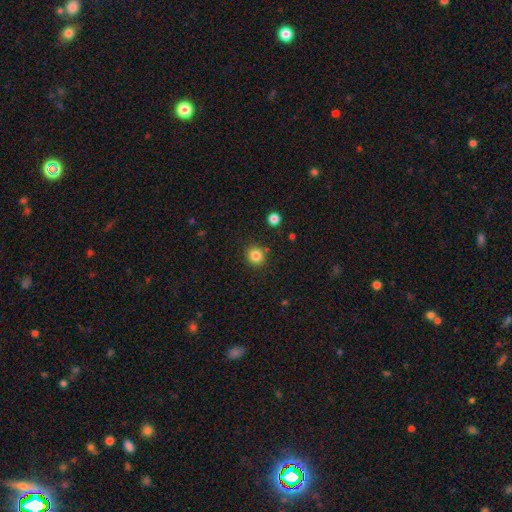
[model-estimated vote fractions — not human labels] smooth-or-featured: smooth: 83% | star or artifact: 12% | featured or disk: 5%
  how-rounded: round: 89% | in between: 10% | cigar-shaped: 1%
  merging: none: 85% | minor disturbance: 8% | merger: 4% | major disturbance: 2%